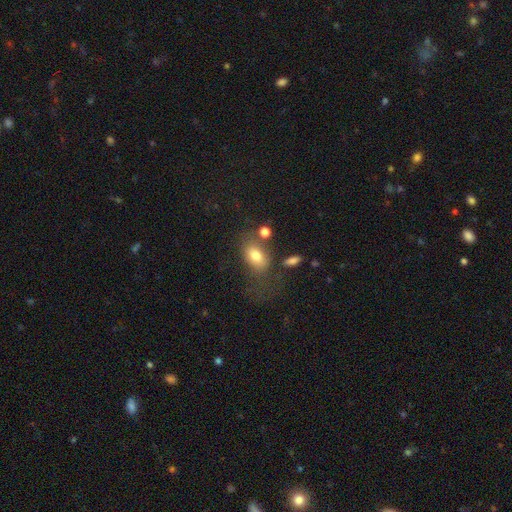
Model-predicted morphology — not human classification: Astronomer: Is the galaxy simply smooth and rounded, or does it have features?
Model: smooth — 77%.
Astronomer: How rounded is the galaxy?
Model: in between — 84%.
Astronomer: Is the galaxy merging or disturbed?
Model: none — 49%.